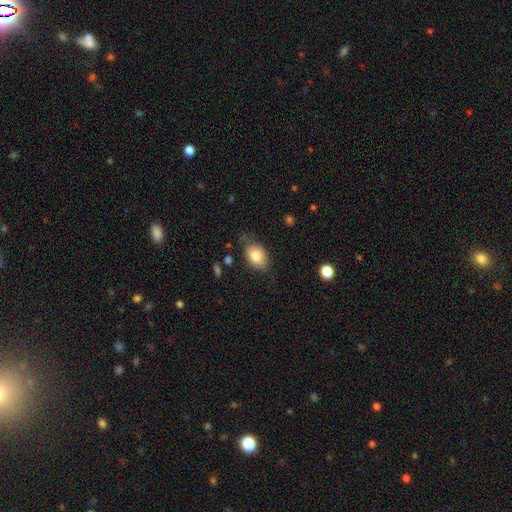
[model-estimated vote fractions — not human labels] smooth 78%, featured or disk 14%, star or artifact 8%. Down the decision tree: how rounded — in between (77%); merging — none (64%).